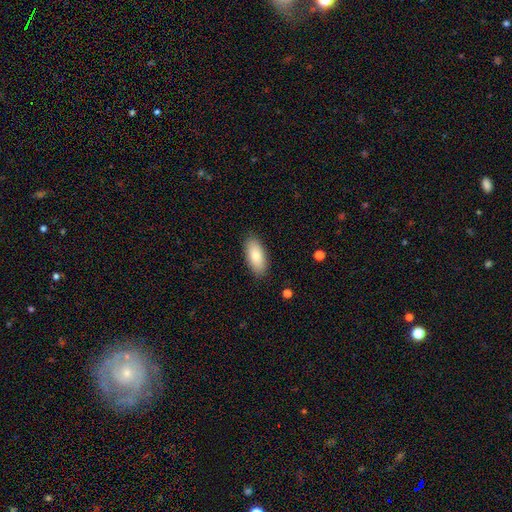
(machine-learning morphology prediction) type=smooth (82%); roundness=in between (89%); merging=none (88%).